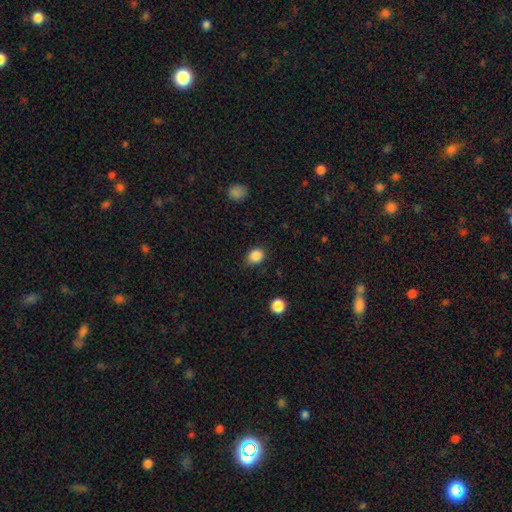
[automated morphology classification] A smooth galaxy with no disk features (87%) that is round (61%). Merging: none (77%).